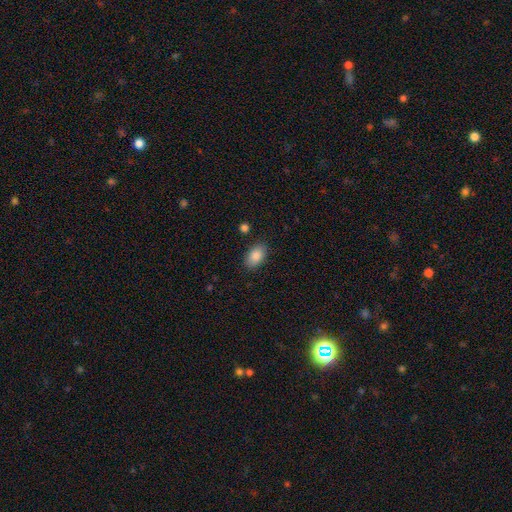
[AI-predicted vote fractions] Overall: smooth (86%). How rounded: in between (91%). Merging: none (86%).